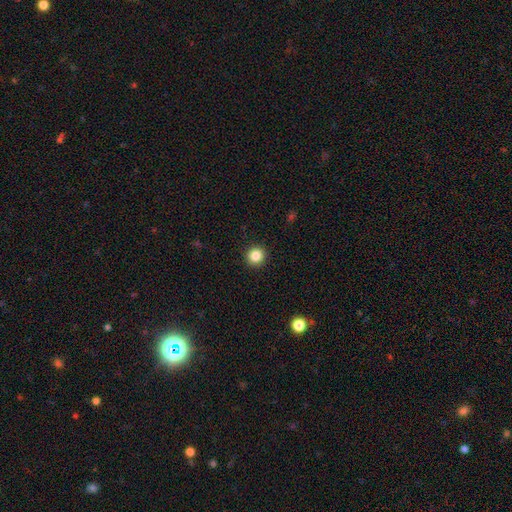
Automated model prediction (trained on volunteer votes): Smooth or featured? smooth (85%)
How rounded? round (94%)
Merging? none (93%)